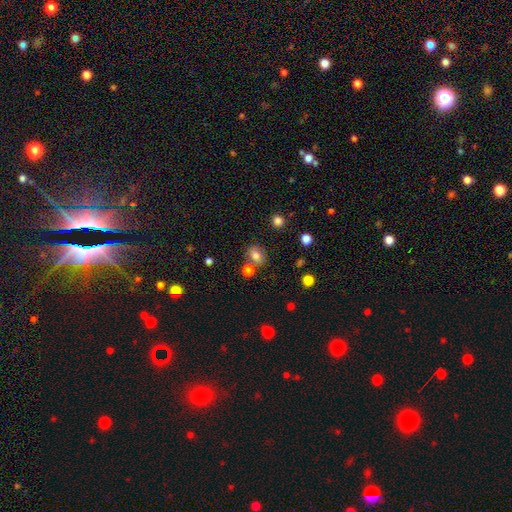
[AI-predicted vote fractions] Smooth or featured?
  - smooth: 77% *
  - star or artifact: 12%
  - featured or disk: 11%
How rounded?
  - in between: 50% *
  - round: 49%
  - cigar-shaped: 1%
Merging?
  - none: 64% *
  - merger: 19%
  - minor disturbance: 13%
  - major disturbance: 4%